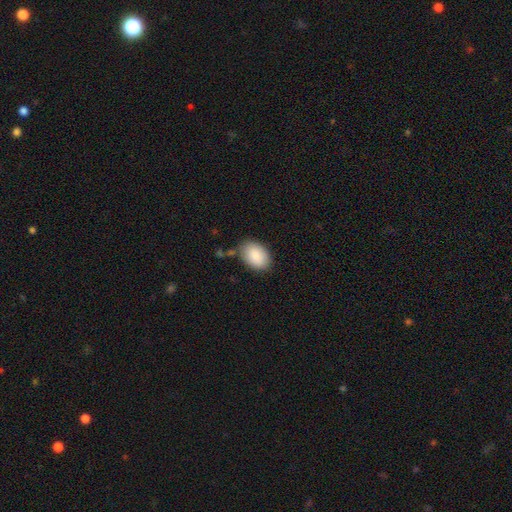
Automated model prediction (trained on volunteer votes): Morphology: type=smooth (88%); roundness=in between (85%); merging=none (78%).